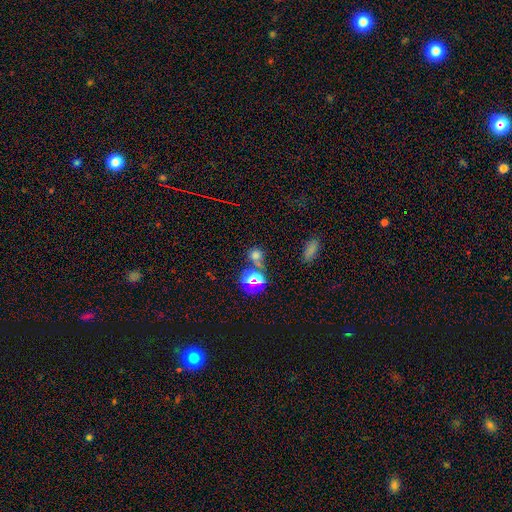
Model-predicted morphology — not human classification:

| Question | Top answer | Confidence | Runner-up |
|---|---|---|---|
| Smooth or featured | smooth | 58% | star or artifact (35%) |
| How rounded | round | 83% | in between (15%) |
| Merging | none | 66% | merger (19%) |